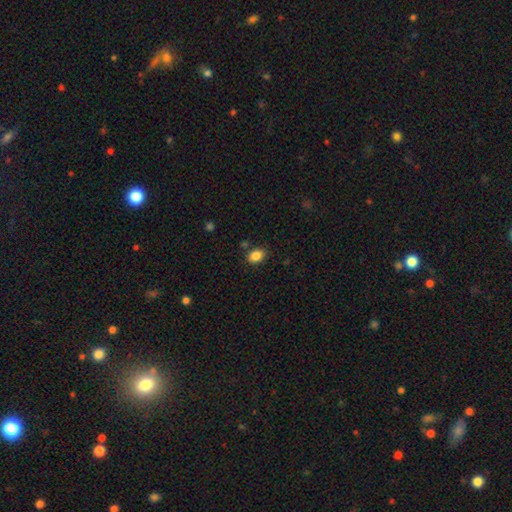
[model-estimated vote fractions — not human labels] Smooth or featured? Predicted: smooth (p=0.86). How rounded? Predicted: in between (p=0.67). Merging? Predicted: none (p=0.83).